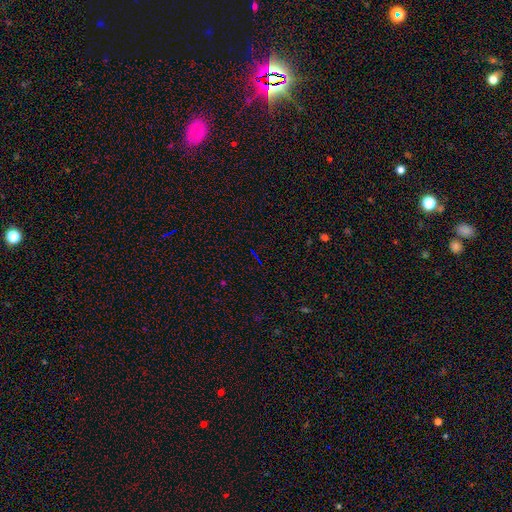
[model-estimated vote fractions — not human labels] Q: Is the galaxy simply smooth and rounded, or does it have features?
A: star or artifact — 74%.